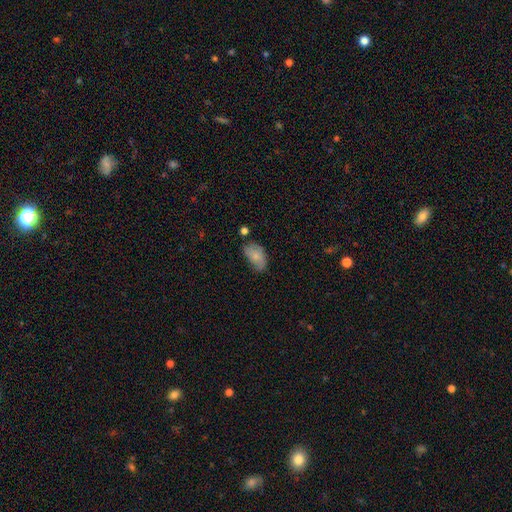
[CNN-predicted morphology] This is likely a smooth galaxy (77%). How rounded: clearly in between (92%). Merging: possibly none (47%).